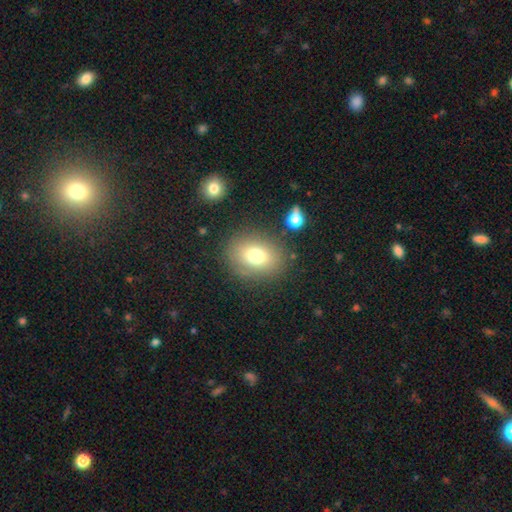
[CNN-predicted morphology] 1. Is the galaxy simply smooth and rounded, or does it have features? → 73% smooth, 13% featured or disk, 13% star or artifact.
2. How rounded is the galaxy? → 51% in between, 48% round, 1% cigar-shaped.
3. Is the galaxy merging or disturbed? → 82% none, 10% minor disturbance, 4% major disturbance, 3% merger.